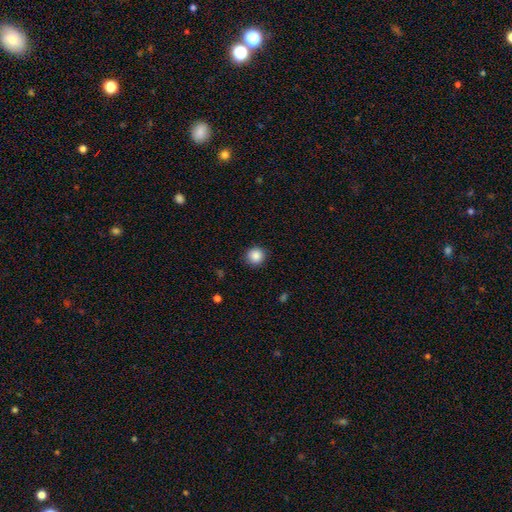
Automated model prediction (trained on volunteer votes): Smooth or featured: smooth — 88% (star or artifact — 10%)
How rounded: round — 94% (in between — 5%)
Merging: none — 89% (minor disturbance — 7%)